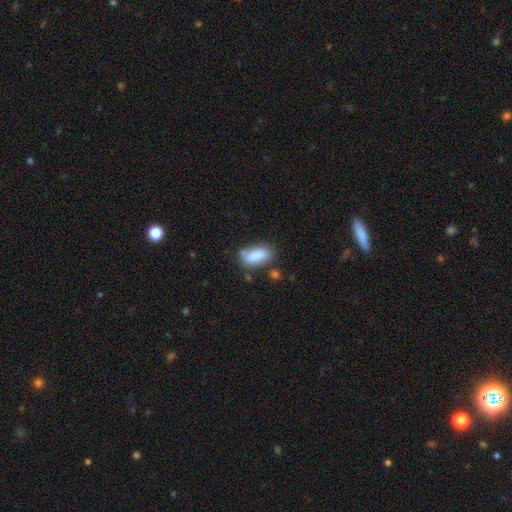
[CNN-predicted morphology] Overall: smooth (85%). How rounded: in between (88%). Merging: none (62%).